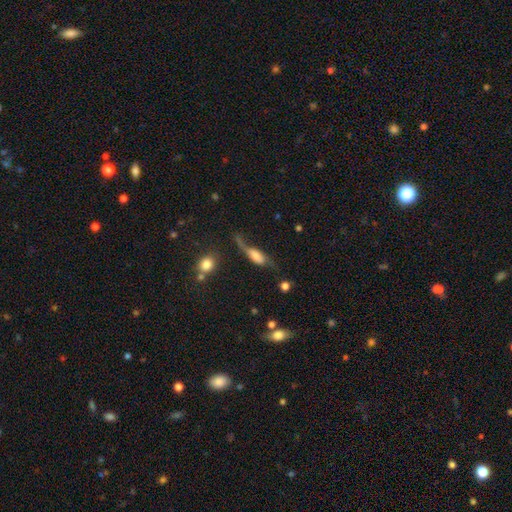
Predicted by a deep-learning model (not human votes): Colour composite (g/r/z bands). It shows a featured or disk galaxy (51%). Merging: major disturbance (36%).